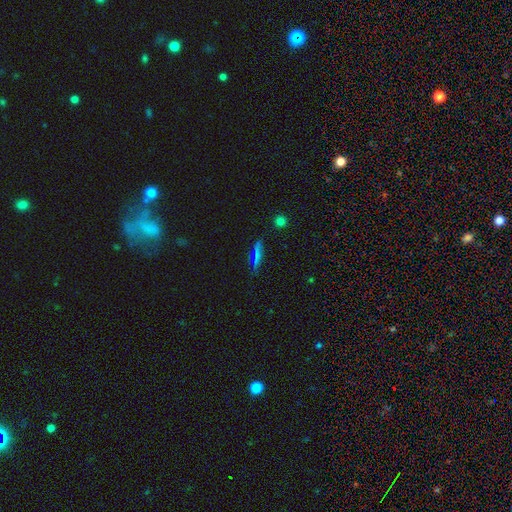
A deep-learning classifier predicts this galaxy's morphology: A smooth galaxy with no disk features (57%) that is cigar-shaped (78%).

Vote fractions:
- Smooth or featured? smooth: 57% / featured or disk: 24% / star or artifact: 20%
- How rounded? cigar-shaped: 78% / in between: 16% / round: 6%
- Merging? none: 83% / minor disturbance: 12% / major disturbance: 3% / merger: 2%